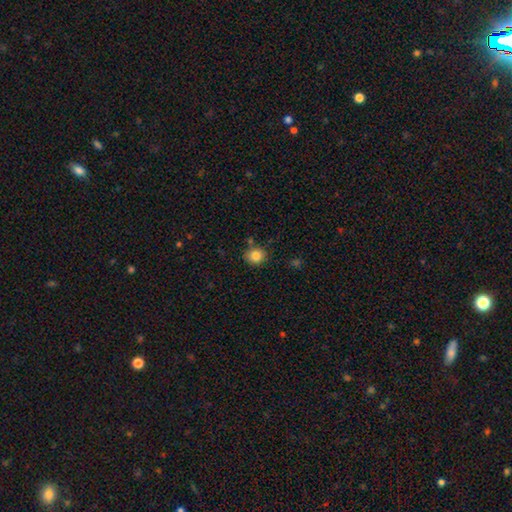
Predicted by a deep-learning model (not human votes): Morphology: type=smooth (84%); roundness=round (77%); merging=none (81%).